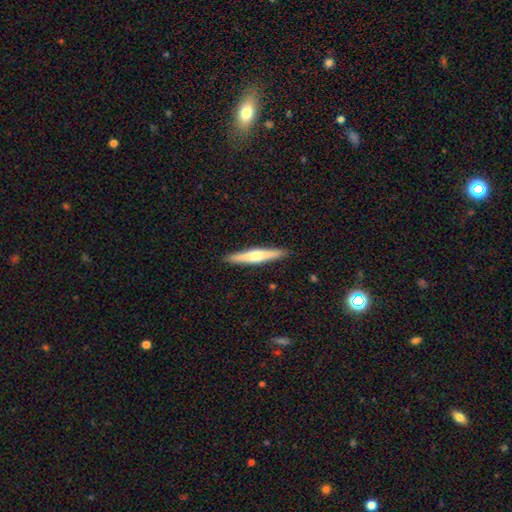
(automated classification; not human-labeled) featured or disk 54%, smooth 40%, star or artifact 5%. Down the decision tree: edge-on disk — yes (97%); edge-on bulge — rounded (81%); merging — none (91%).